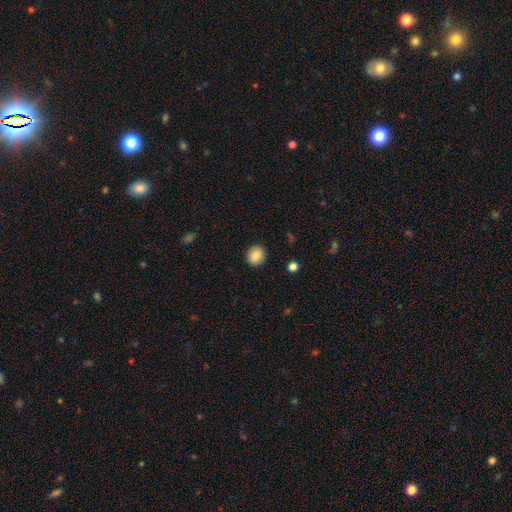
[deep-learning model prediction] smooth_or_featured: smooth (p=0.84) [alt: star or artifact p=0.08]
how_rounded: round (p=0.79) [alt: in between p=0.20]
merging: none (p=0.91) [alt: minor disturbance p=0.06]